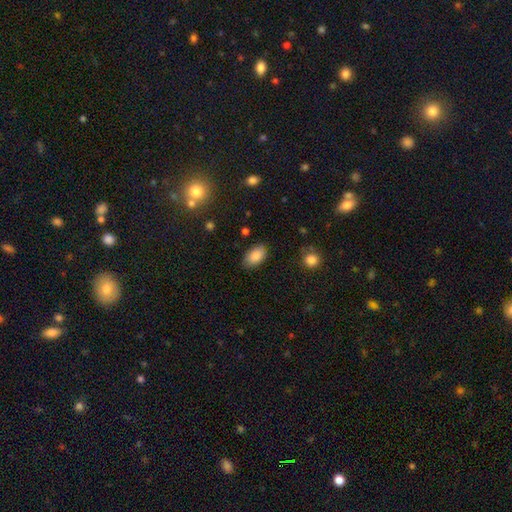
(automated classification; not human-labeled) This is clearly a smooth galaxy (87%). How rounded: clearly in between (93%). Merging: clearly none (83%).